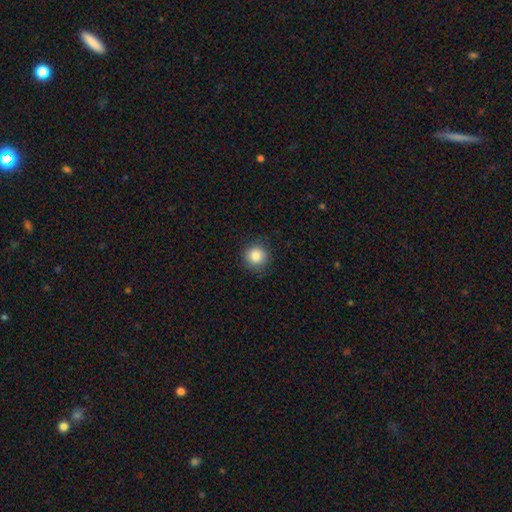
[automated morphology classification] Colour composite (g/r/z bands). It shows a smooth galaxy with no disk features (85%) that is round (93%). Merging: none (87%).